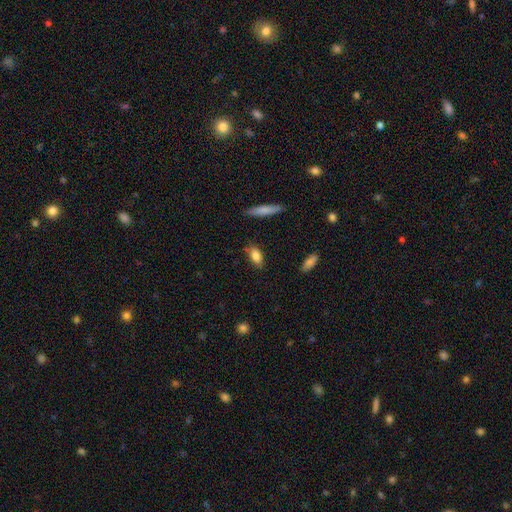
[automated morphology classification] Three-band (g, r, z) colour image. It shows a smooth galaxy with no disk features (82%) that is in between round and cigar-shaped (82%). Merging: none (77%).